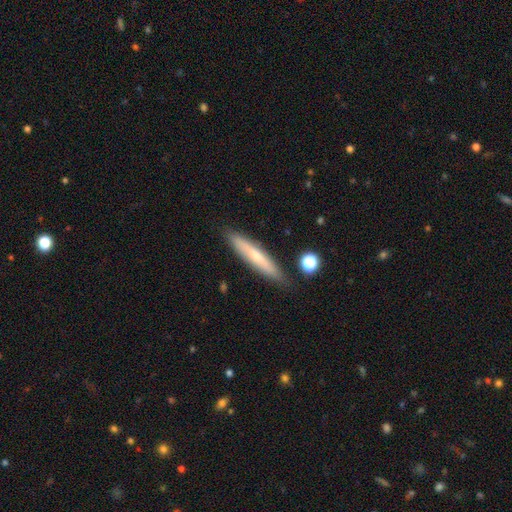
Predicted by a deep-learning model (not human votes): Smooth or featured? smooth (59%)
How rounded? cigar-shaped (90%)
Merging? none (86%)